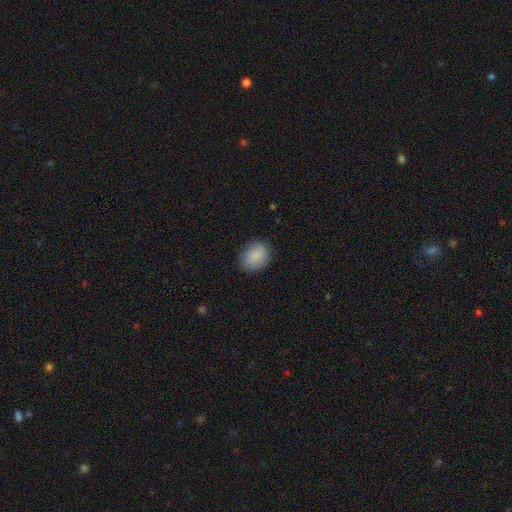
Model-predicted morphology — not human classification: Smooth or featured? Predicted: smooth (p=0.86). How rounded? Predicted: round (p=0.51). Merging? Predicted: none (p=0.79).